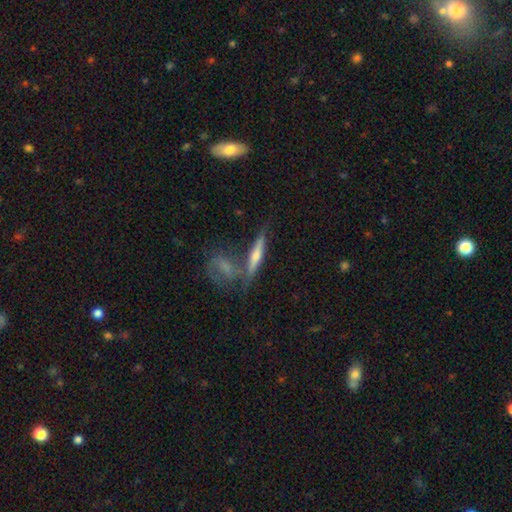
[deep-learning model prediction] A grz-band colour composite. It shows a featured or disk galaxy (65%) viewed edge-on (91%) with a rounded central bulge (83%). Merging: none (60%).